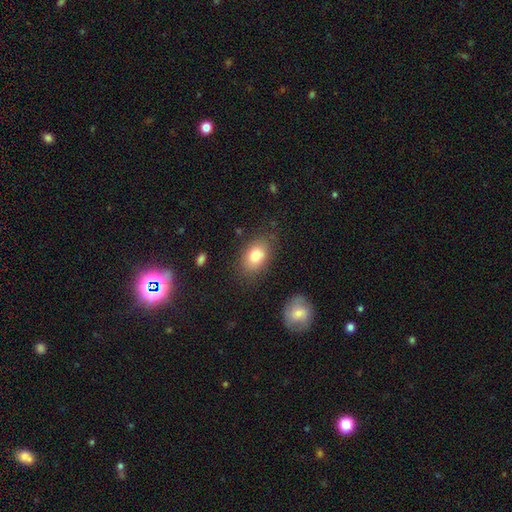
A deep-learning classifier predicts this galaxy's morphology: Overall: smooth (81%). How rounded: in between (81%). Merging: none (79%).